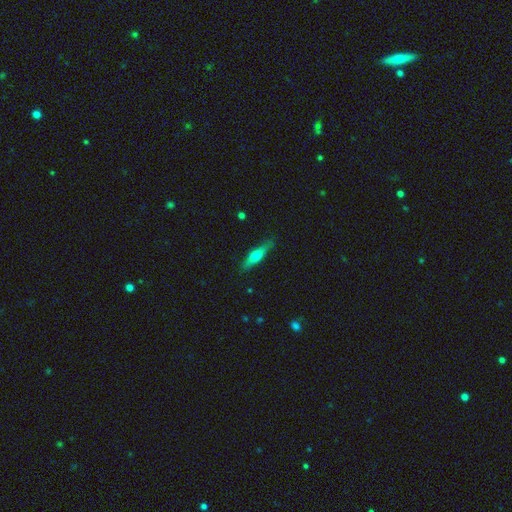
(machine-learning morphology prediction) smooth-or-featured: smooth: 51% | featured or disk: 43% | star or artifact: 6%
  how-rounded: cigar-shaped: 75% | in between: 22% | round: 2%
  merging: none: 85% | minor disturbance: 12% | major disturbance: 2% | merger: 1%